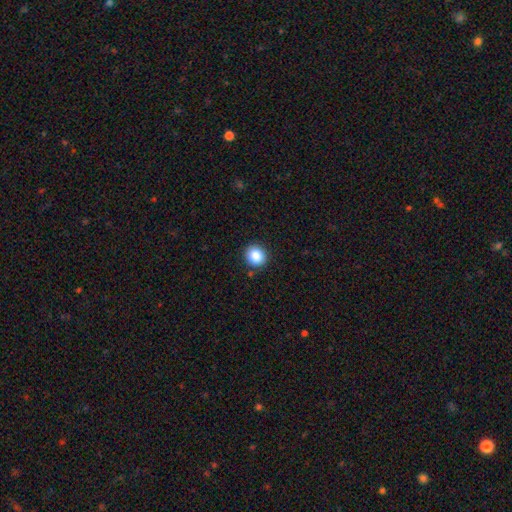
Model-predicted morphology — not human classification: Smooth or featured?
  - smooth: 86% *
  - star or artifact: 9%
  - featured or disk: 4%
How rounded?
  - round: 83% *
  - in between: 16%
  - cigar-shaped: 1%
Merging?
  - none: 89% *
  - minor disturbance: 7%
  - major disturbance: 2%
  - merger: 2%